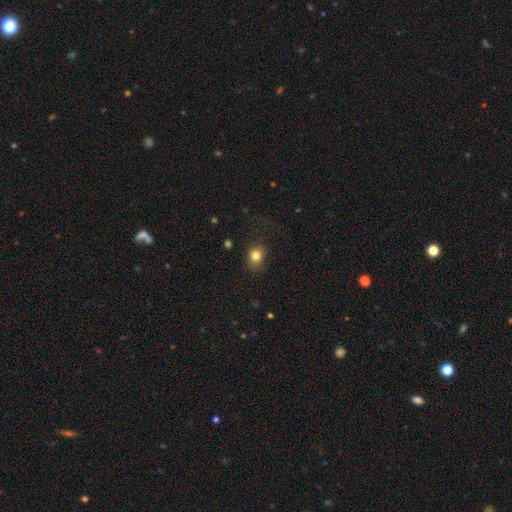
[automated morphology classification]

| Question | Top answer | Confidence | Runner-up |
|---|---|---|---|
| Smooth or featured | smooth | 81% | star or artifact (12%) |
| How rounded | round | 61% | in between (38%) |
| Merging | none | 76% | minor disturbance (17%) |